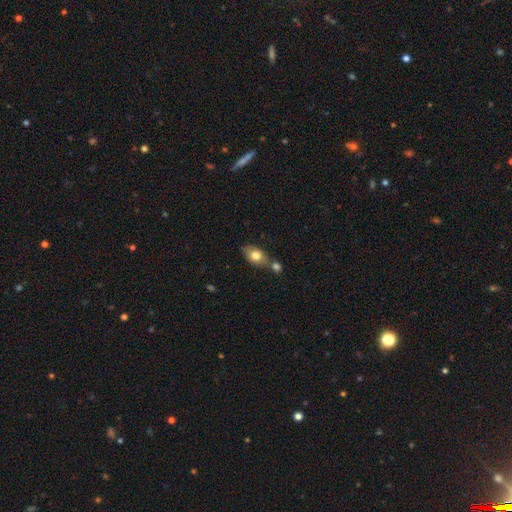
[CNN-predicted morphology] Smooth or featured: smooth — 75% (featured or disk — 17%)
How rounded: in between — 83% (round — 14%)
Merging: none — 55% (merger — 27%)